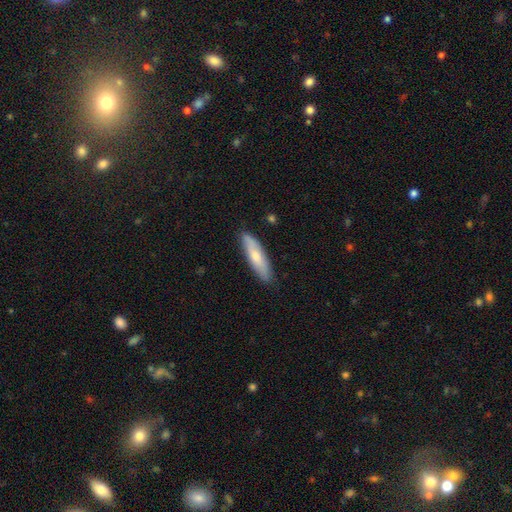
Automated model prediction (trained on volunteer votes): The model was most divided on "how rounded": cigar-shaped: 65%, in between: 33%, round: 2%. More confident: merging — none (85%); smooth or featured — smooth (65%).